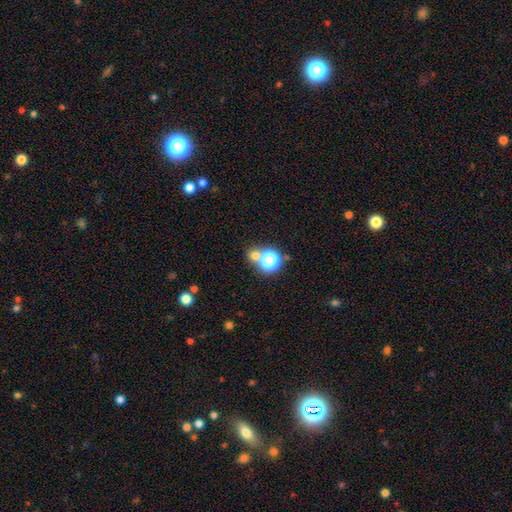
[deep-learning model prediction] Smooth or featured: smooth — 63% (star or artifact — 29%)
How rounded: round — 84% (in between — 14%)
Merging: none — 60% (merger — 29%)